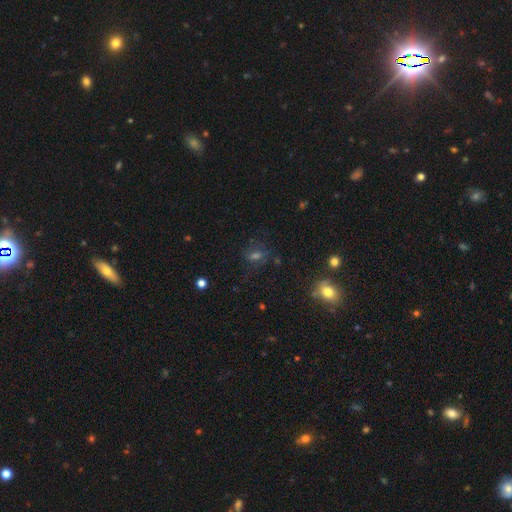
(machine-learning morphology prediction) Overall: smooth (42%; star or artifact 34%). Merging: none (66%).